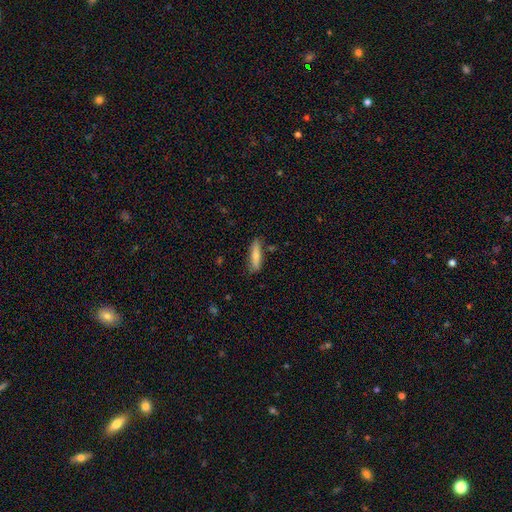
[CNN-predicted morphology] Smooth or featured?
  - smooth: 70% *
  - featured or disk: 23%
  - star or artifact: 6%
How rounded?
  - cigar-shaped: 73% *
  - in between: 25%
  - round: 2%
Merging?
  - none: 78% *
  - minor disturbance: 16%
  - major disturbance: 3%
  - merger: 3%